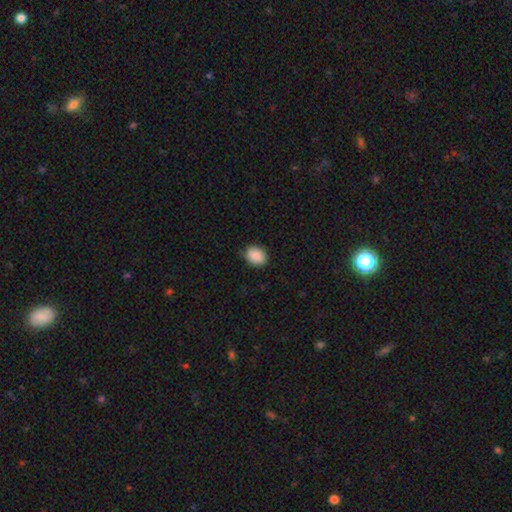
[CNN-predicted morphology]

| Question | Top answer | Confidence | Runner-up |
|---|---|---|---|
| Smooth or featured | smooth | 90% | star or artifact (7%) |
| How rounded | in between | 52% | round (48%) |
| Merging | none | 84% | minor disturbance (13%) |